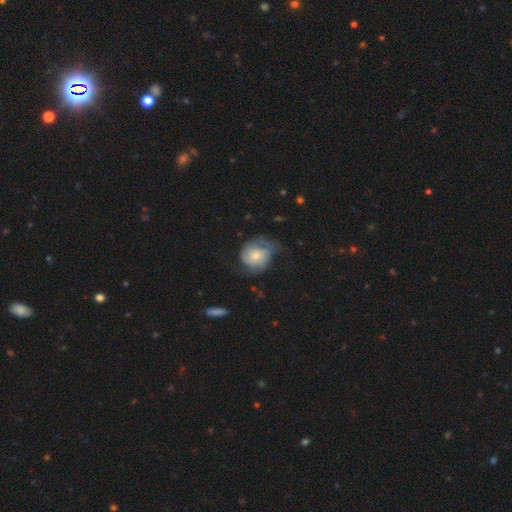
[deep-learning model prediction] smooth-or-featured: featured or disk: 59% | smooth: 34% | star or artifact: 7%
  disk-edge-on: no: 97% | yes: 3%
    bar: no: 78% | weak: 18% | strong: 3%
    has-spiral-arms: yes: 83% | no: 17%
    bulge-size: small: 53% | moderate: 41% | large: 3% | none: 2% | dominant: 1%
  merging: none: 45% | minor disturbance: 29% | major disturbance: 25% | merger: 2%